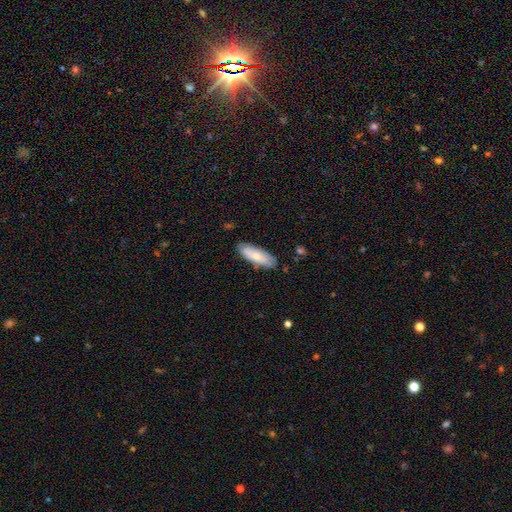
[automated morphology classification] Smooth or featured: smooth — 73% (featured or disk — 22%)
How rounded: in between — 65% (cigar-shaped — 33%)
Merging: none — 82% (minor disturbance — 14%)